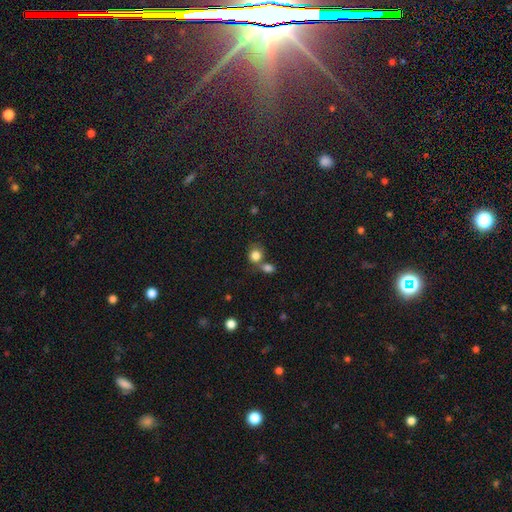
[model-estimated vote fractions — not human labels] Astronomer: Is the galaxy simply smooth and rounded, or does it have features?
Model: smooth — 82%.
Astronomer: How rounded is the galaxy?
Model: round — 72%.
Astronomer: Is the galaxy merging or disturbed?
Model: none — 45% (runner-up: merger, 39%).